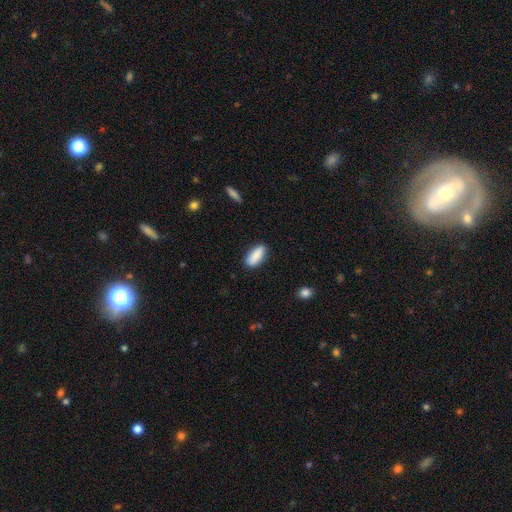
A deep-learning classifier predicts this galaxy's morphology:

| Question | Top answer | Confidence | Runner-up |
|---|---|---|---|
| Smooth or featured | smooth | 88% | star or artifact (6%) |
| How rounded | in between | 83% | cigar-shaped (14%) |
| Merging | none | 86% | minor disturbance (11%) |